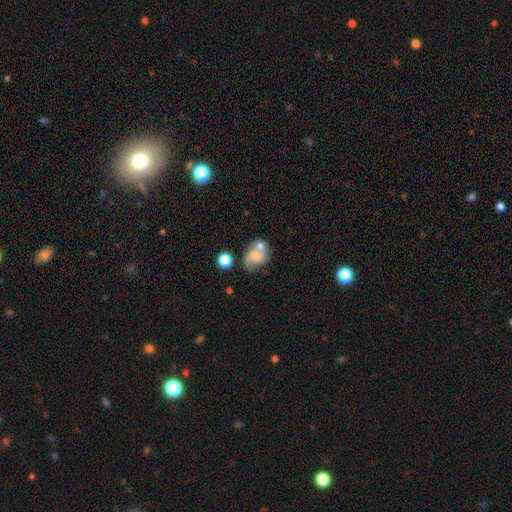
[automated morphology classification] The model was most divided on "smooth or featured": smooth: 47%, featured or disk: 43%, star or artifact: 10%. Remaining: merging — merger (38%).